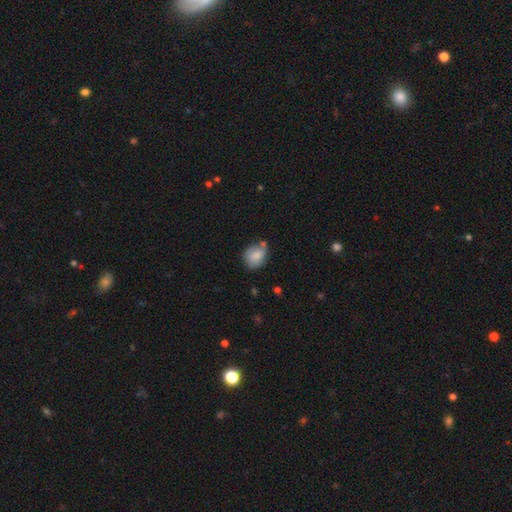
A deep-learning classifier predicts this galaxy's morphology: Overall: smooth (80%). How rounded: in between (52%; round 47%). Merging: none (53%; minor disturbance 29%).